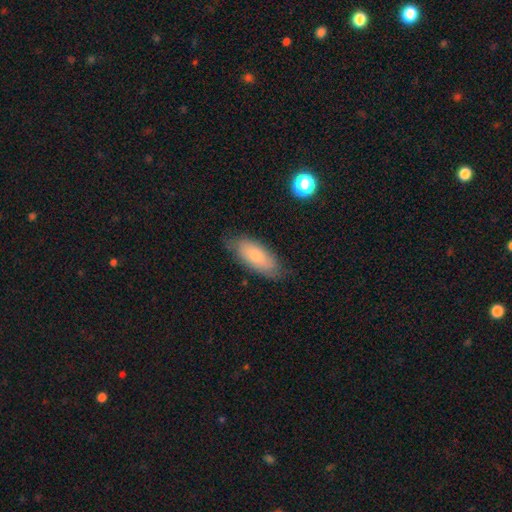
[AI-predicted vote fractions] smooth-or-featured: smooth: 72% | featured or disk: 21% | star or artifact: 7%
  how-rounded: in between: 82% | cigar-shaped: 15% | round: 2%
  merging: none: 77% | minor disturbance: 18% | major disturbance: 4% | merger: 1%